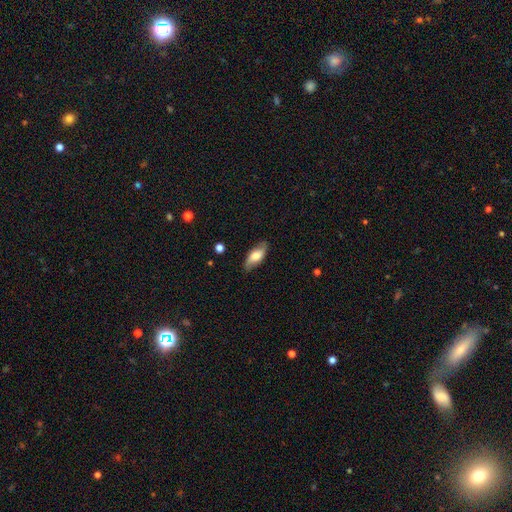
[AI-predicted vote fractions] smooth 64%, featured or disk 29%, star or artifact 7%. Down the decision tree: how rounded — in between (81%); merging — none (80%).